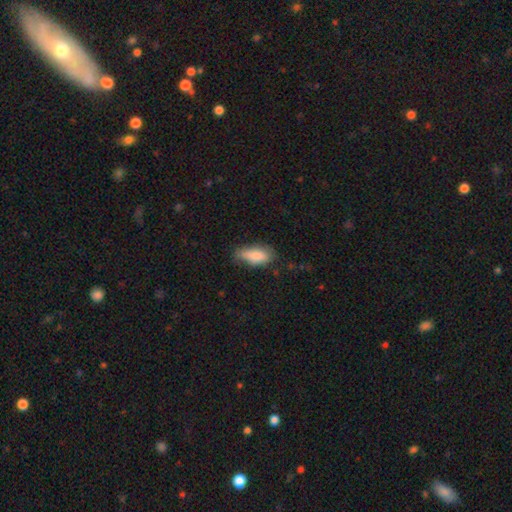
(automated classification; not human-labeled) smooth-or-featured: smooth: 83% | featured or disk: 10% | star or artifact: 7%
  how-rounded: in between: 82% | cigar-shaped: 15% | round: 3%
  merging: none: 53% | minor disturbance: 35% | major disturbance: 9% | merger: 2%